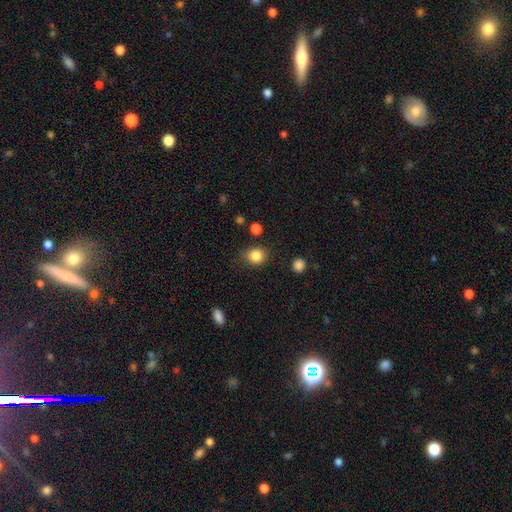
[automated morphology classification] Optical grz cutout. It shows a smooth galaxy with no disk features (85%) that is round (77%). Merging: none (78%).